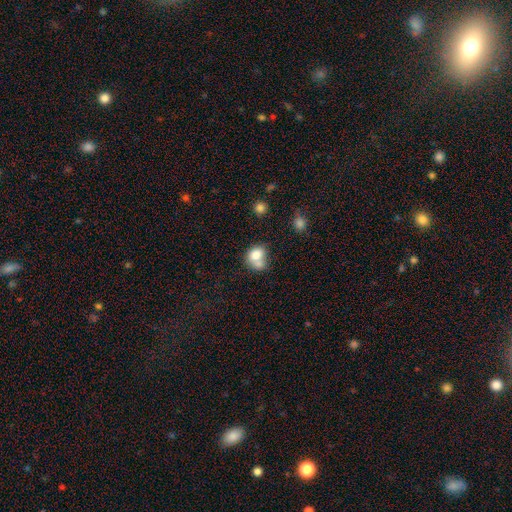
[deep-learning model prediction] Smooth or featured? Predicted: smooth (p=0.76). How rounded? Predicted: round (p=0.53). Merging? Predicted: merger (p=0.52).